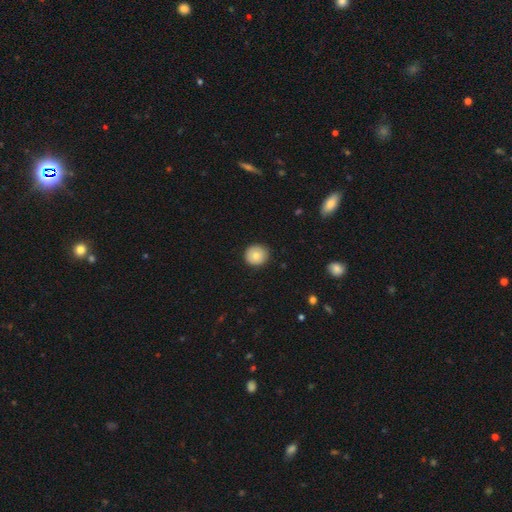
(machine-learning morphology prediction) This is likely a smooth galaxy (78%). How rounded: clearly round (91%). Merging: clearly none (90%).